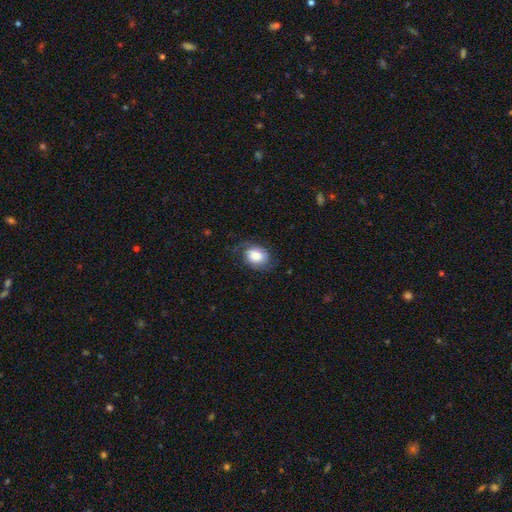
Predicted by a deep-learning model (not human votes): This is likely a smooth galaxy (69%). How rounded: likely in between (60%). Merging: likely none (68%).